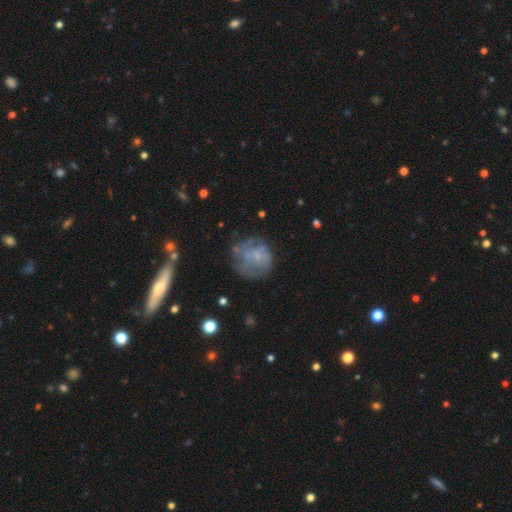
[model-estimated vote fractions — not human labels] Overall: featured or disk (45%; smooth 42%). Merging: none (49%; major disturbance 23%).